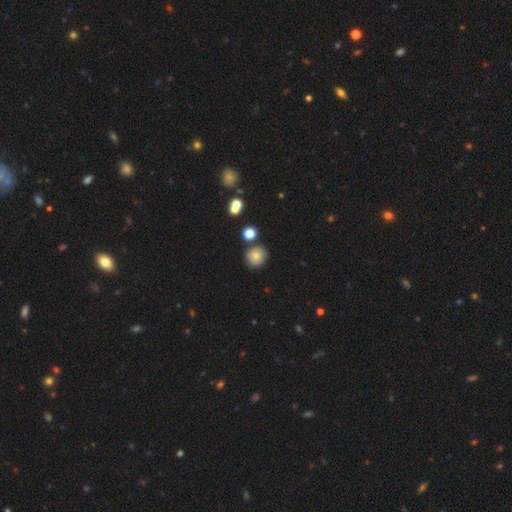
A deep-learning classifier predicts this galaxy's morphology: Overall: smooth (75%). How rounded: round (92%). Merging: none (83%).